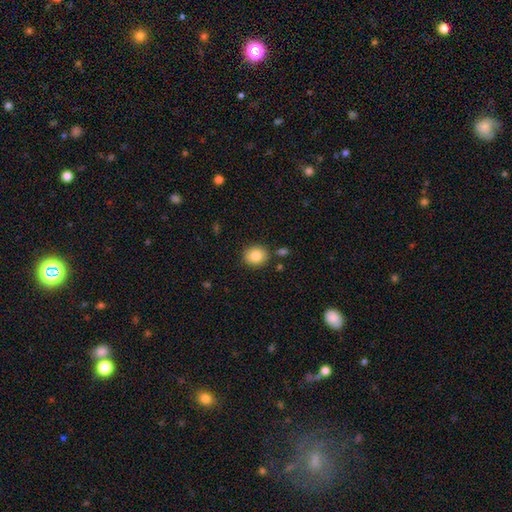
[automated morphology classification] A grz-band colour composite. It shows a smooth galaxy with no disk features (84%) that is round (73%). Merging: none (85%).